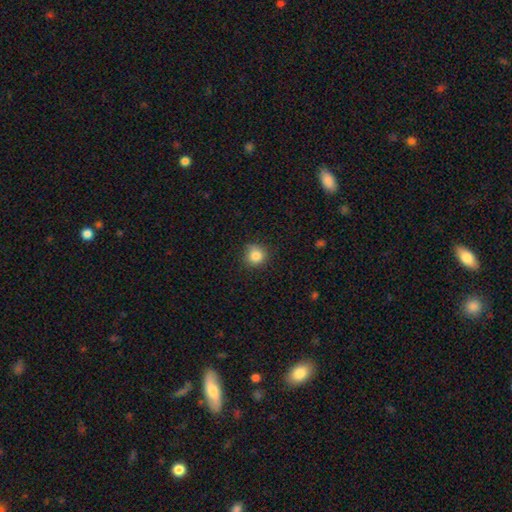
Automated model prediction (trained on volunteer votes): This is clearly a smooth galaxy (84%). How rounded: clearly round (91%). Merging: clearly none (84%).